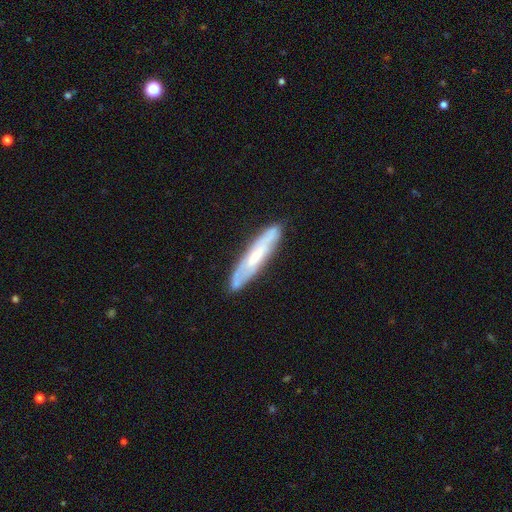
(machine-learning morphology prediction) Overall: featured or disk (57%; smooth 37%). Edge-on disk: yes (58%; no 42%). Merging: none (81%).